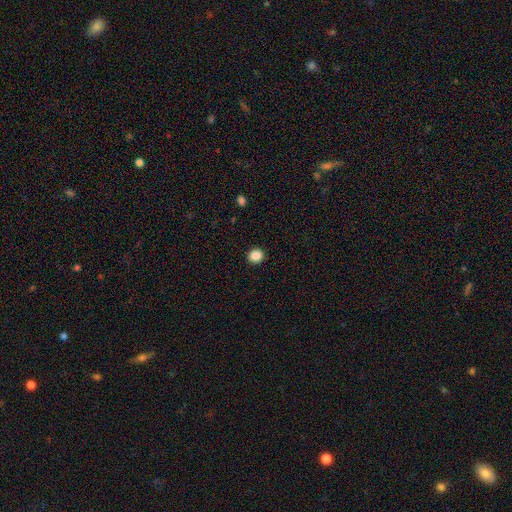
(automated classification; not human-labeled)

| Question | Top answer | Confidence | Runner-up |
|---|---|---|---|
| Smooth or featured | smooth | 87% | star or artifact (10%) |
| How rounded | round | 86% | in between (13%) |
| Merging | none | 93% | minor disturbance (5%) |